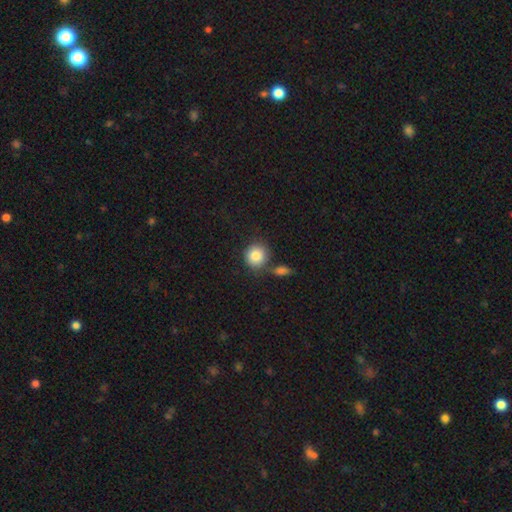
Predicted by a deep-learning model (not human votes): smooth_or_featured: smooth (p=0.85) [alt: star or artifact p=0.08]
how_rounded: round (p=0.88) [alt: in between p=0.11]
merging: none (p=0.67) [alt: merger p=0.17]